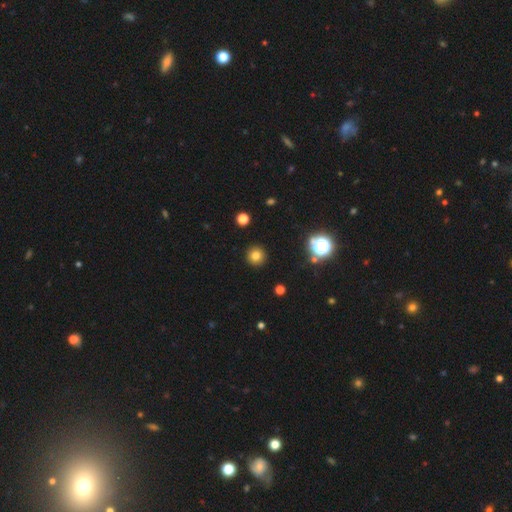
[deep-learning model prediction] This appears to be a smooth galaxy with no disk features (78%) that is round (95%). Merging: none (93%).